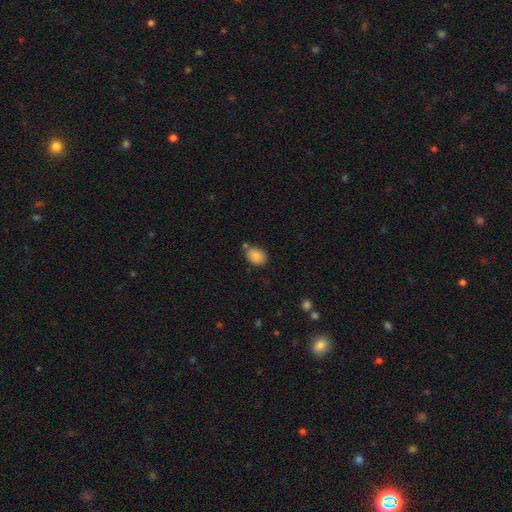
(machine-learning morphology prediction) smooth 87%, star or artifact 8%, featured or disk 4%. Down the decision tree: how rounded — in between (72%); merging — none (67%).